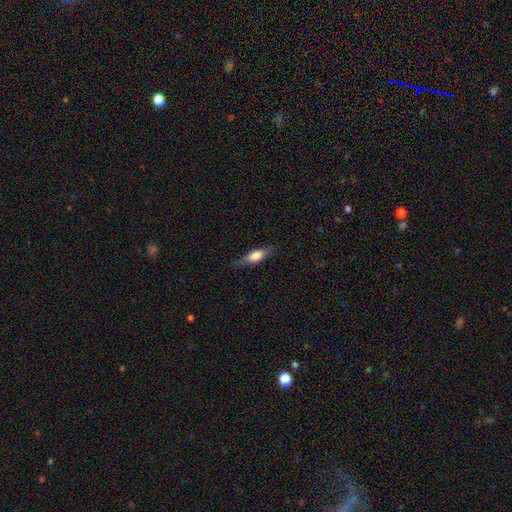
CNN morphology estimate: Smooth or featured: smooth — 63% (featured or disk — 30%)
How rounded: in between — 53% (cigar-shaped — 44%)
Merging: none — 79% (minor disturbance — 16%)